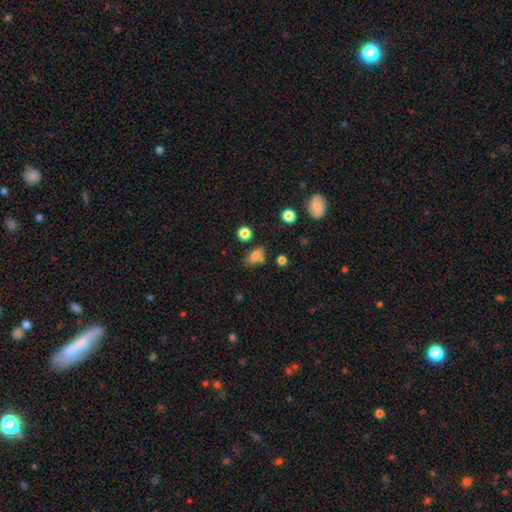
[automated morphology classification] smooth-or-featured: smooth: 77% | star or artifact: 13% | featured or disk: 10%
  how-rounded: in between: 79% | round: 14% | cigar-shaped: 7%
  merging: none: 61% | minor disturbance: 20% | merger: 13% | major disturbance: 7%